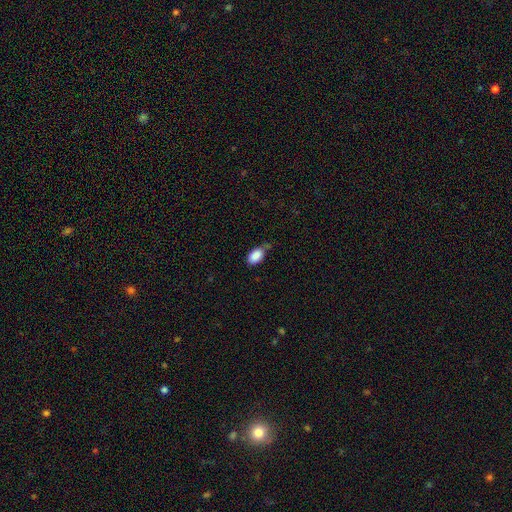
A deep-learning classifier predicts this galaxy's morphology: A smooth galaxy with no disk features (88%) that is in between round and cigar-shaped (93%).

Vote fractions:
- Smooth or featured? smooth: 88% / star or artifact: 7% / featured or disk: 4%
- How rounded? in between: 93% / round: 6% / cigar-shaped: 2%
- Merging? none: 58% / minor disturbance: 29% / major disturbance: 6% / merger: 6%